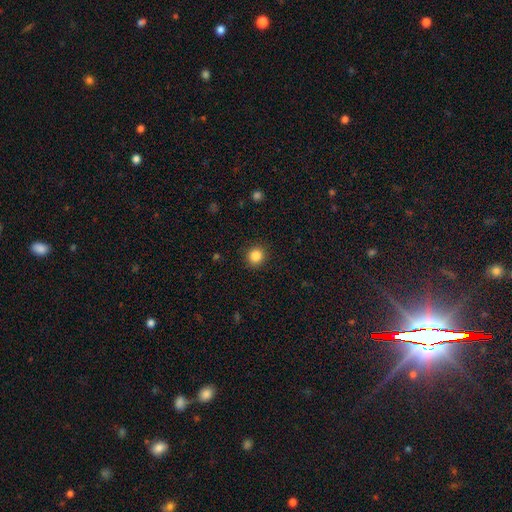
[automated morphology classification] The model was most divided on "smooth or featured": smooth: 85%, star or artifact: 11%, featured or disk: 5%. More confident: merging — none (91%); how rounded — round (91%).